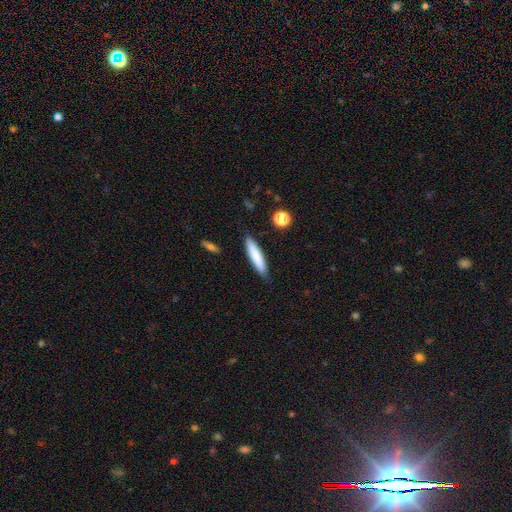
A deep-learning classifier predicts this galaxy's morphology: This appears to be a smooth galaxy with no disk features (81%) that is cigar-shaped (85%). Merging: none (88%).